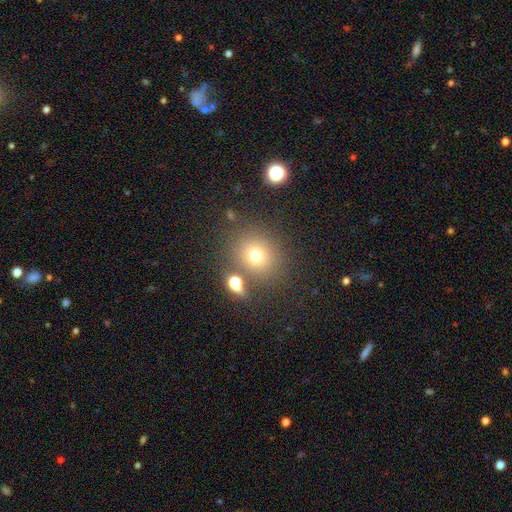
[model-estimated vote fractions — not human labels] This is likely a smooth galaxy (70%). How rounded: clearly round (80%). Merging: likely none (74%).